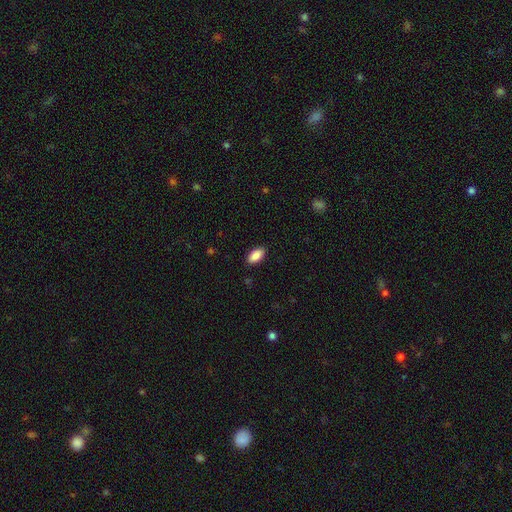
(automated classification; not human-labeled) Smooth or featured? Predicted: smooth (p=0.88). How rounded? Predicted: in between (p=0.92). Merging? Predicted: none (p=0.89).